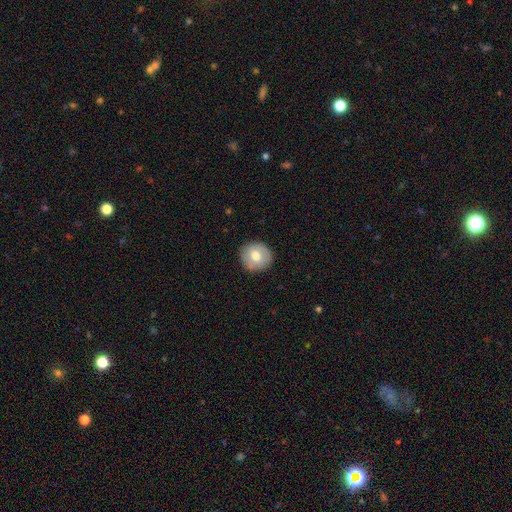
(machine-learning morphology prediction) A smooth galaxy with no disk features (67%) that is round (88%).

Vote fractions:
- Smooth or featured? smooth: 67% / featured or disk: 25% / star or artifact: 8%
- How rounded? round: 88% / in between: 11% / cigar-shaped: 1%
- Merging? none: 88% / minor disturbance: 9% / major disturbance: 2% / merger: 1%